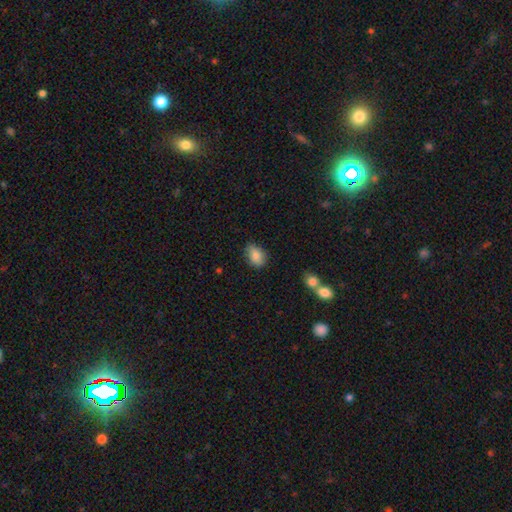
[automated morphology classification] Smooth or featured: smooth — 85% (star or artifact — 8%)
How rounded: in between — 76% (round — 22%)
Merging: none — 68% (minor disturbance — 25%)